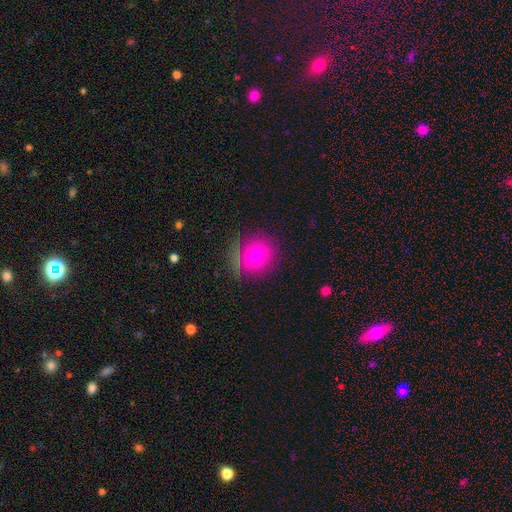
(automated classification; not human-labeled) The model was most divided on "smooth or featured": smooth: 73%, featured or disk: 15%, star or artifact: 13%. More confident: how rounded — round (86%); merging — none (79%).